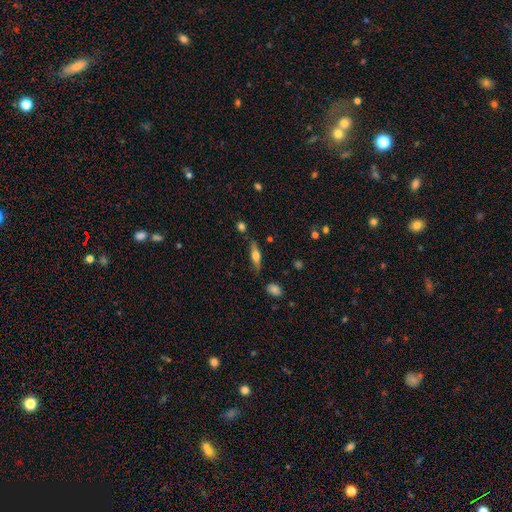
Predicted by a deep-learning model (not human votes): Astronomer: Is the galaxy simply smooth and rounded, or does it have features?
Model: smooth — 52% (runner-up: featured or disk, 41%).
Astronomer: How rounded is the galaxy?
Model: cigar-shaped — 61% (runner-up: in between, 37%).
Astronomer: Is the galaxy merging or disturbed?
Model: none — 78%.